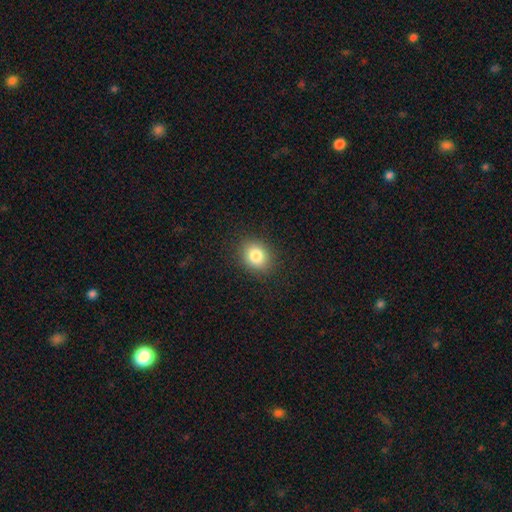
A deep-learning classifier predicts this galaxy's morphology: type=smooth (83%); roundness=round (59%); merging=none (88%).